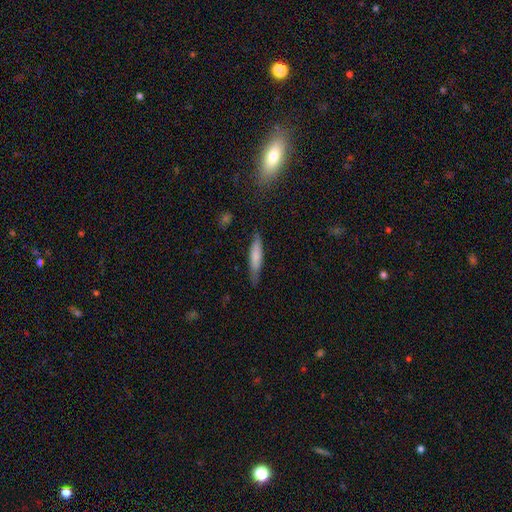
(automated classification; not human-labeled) This is likely a smooth galaxy (71%). How rounded: clearly cigar-shaped (87%). Merging: clearly none (80%).